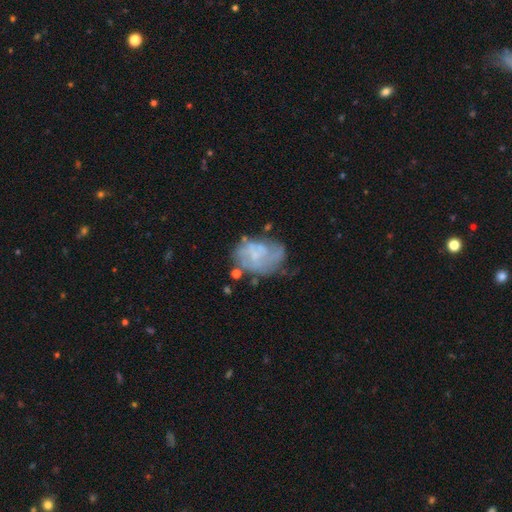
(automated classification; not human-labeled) Smooth or featured? Predicted: featured or disk (p=0.63). Edge-on disk? Predicted: no (p=0.97). Bar? Predicted: no (p=0.69). Spiral arms? Predicted: yes (p=0.60). Bulge size? Predicted: none (p=0.49). Merging? Predicted: none (p=0.44).